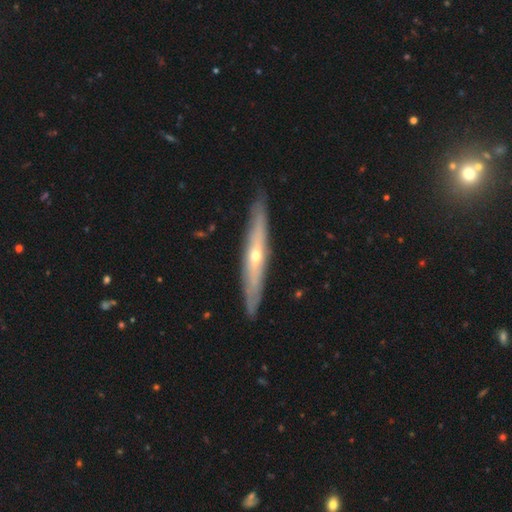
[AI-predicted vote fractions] A featured or disk galaxy (70%) viewed edge-on (84%) with a rounded central bulge (78%).

Vote fractions:
- Smooth or featured? featured or disk: 70% / smooth: 24% / star or artifact: 6%
- Edge-on disk? yes: 84% / no: 16%
- Edge-on bulge? rounded: 78% / none: 21% / boxy: 2%
- Merging? none: 87% / minor disturbance: 10% / major disturbance: 2% / merger: 1%